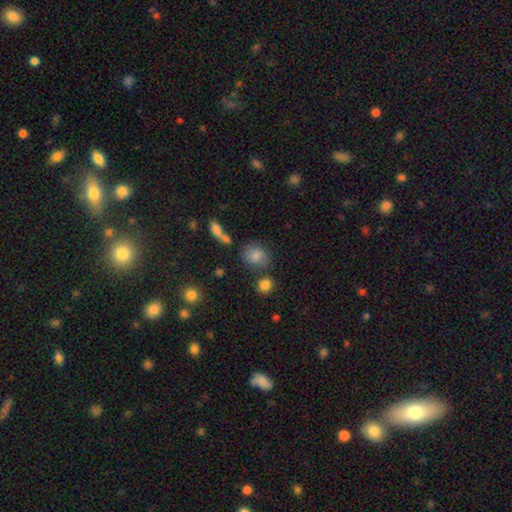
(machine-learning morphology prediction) Overall: smooth (76%). How rounded: round (56%; in between 42%). Merging: none (65%).